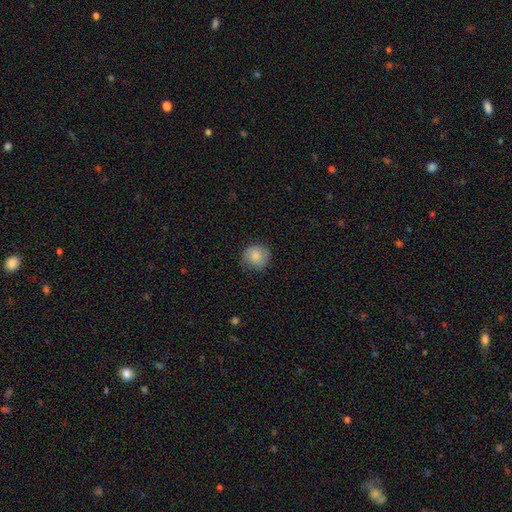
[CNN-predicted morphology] smooth_or_featured: smooth (p=0.79) [alt: featured or disk p=0.13]
how_rounded: round (p=0.88) [alt: in between p=0.11]
merging: none (p=0.78) [alt: minor disturbance p=0.17]